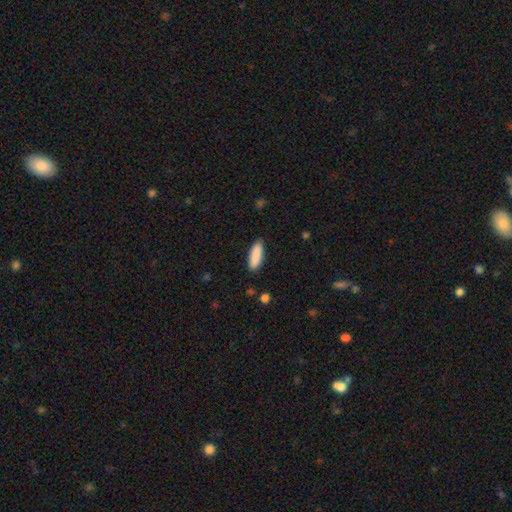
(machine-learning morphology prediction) smooth 89%, star or artifact 6%, featured or disk 5%. Down the decision tree: how rounded — in between (53%); merging — none (87%).